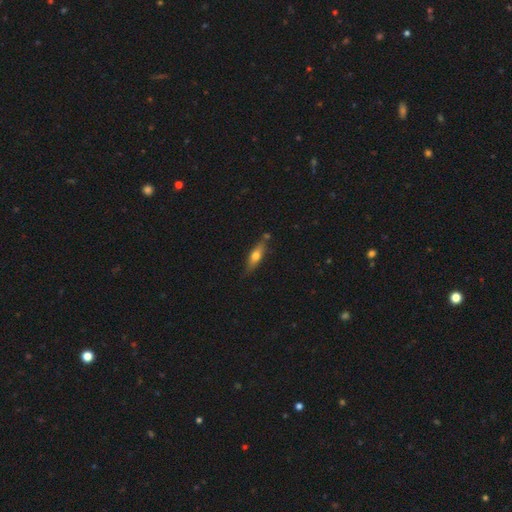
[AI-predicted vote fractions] A smooth galaxy with no disk features (59%) that is cigar-shaped (54%). Merging: none (74%).